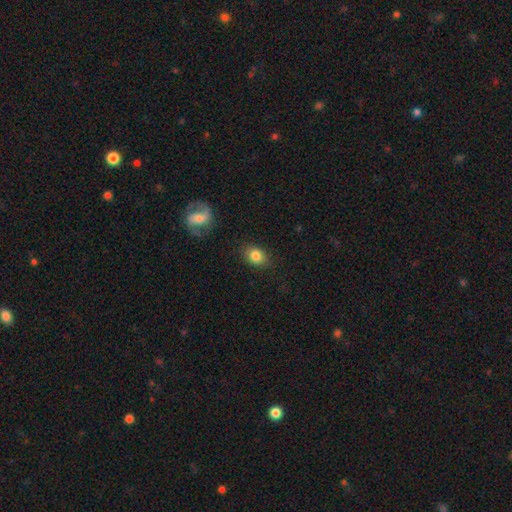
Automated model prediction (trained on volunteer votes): smooth 82%, featured or disk 9%, star or artifact 9%. Down the decision tree: how rounded — in between (69%); merging — none (84%).